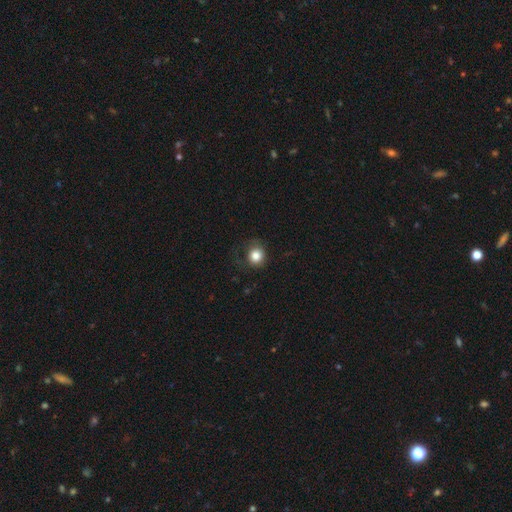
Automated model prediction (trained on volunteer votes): smooth_or_featured: smooth (p=0.83) [alt: star or artifact p=0.10]
how_rounded: round (p=0.86) [alt: in between p=0.13]
merging: none (p=0.68) [alt: minor disturbance p=0.19]